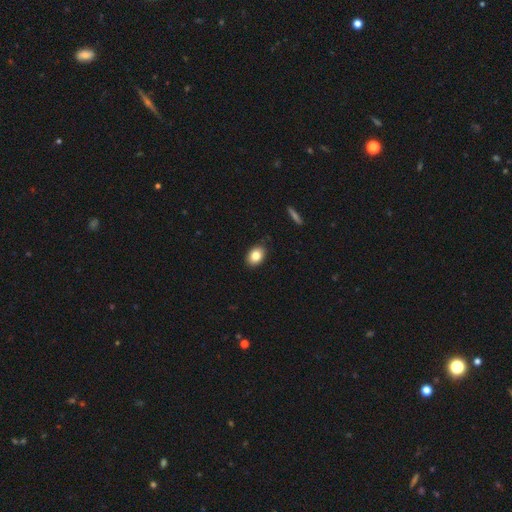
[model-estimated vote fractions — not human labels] This appears to be a smooth galaxy with no disk features (82%) that is in between round and cigar-shaped (73%). Merging: none (87%).